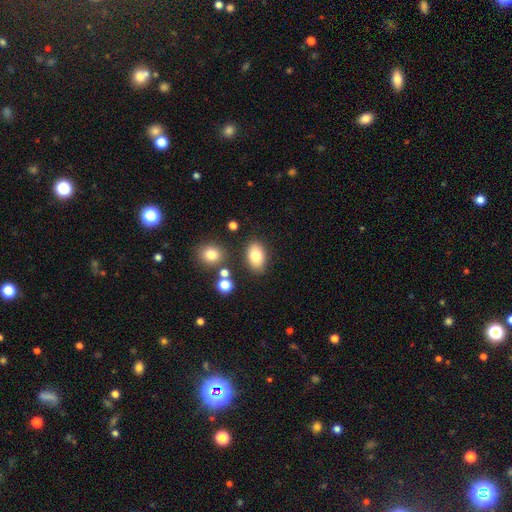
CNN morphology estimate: smooth 82%, featured or disk 9%, star or artifact 9%. Down the decision tree: how rounded — in between (89%); merging — none (82%).